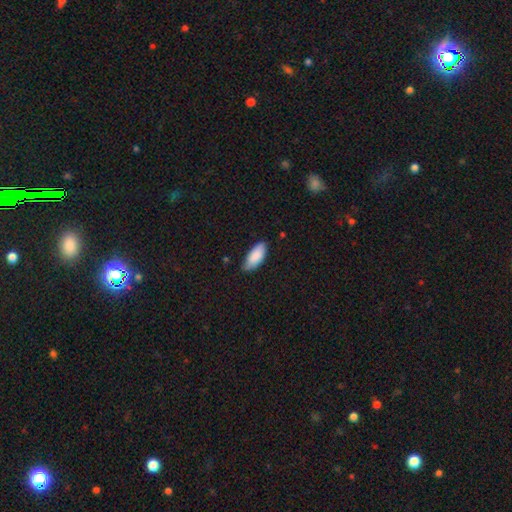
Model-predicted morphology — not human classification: Smooth or featured? smooth (88%)
How rounded? in between (88%)
Merging? none (71%)